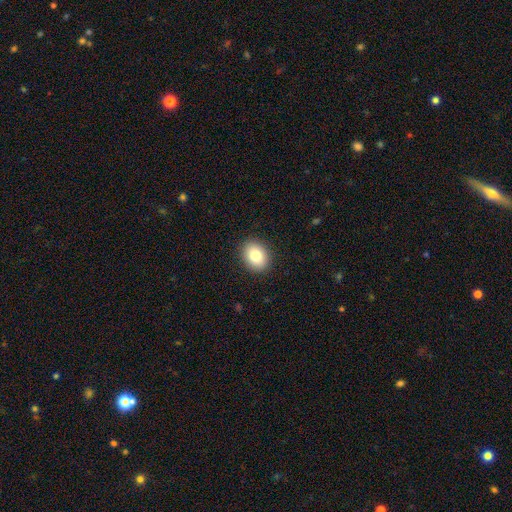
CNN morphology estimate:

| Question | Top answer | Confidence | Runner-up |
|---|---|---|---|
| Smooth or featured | smooth | 82% | featured or disk (10%) |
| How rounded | in between | 52% | round (47%) |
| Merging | none | 90% | minor disturbance (7%) |